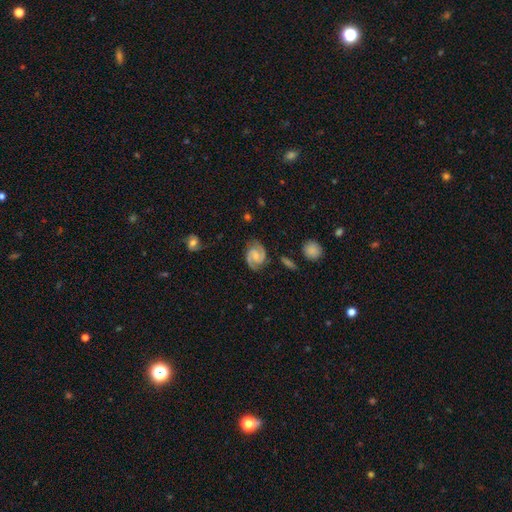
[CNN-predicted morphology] Q: Smooth or featured?
A: featured or disk (87%); runner-up: smooth (7%)
Q: Edge-on disk?
A: no (98%); runner-up: yes (2%)
Q: Bar?
A: weak (46%); runner-up: no (42%)
Q: Spiral arms?
A: yes (98%); runner-up: no (2%)
Q: Spiral winding?
A: medium (53%); runner-up: tight (36%)
Q: Spiral arm count?
A: 2 (93%); runner-up: can't tell (2%)
Q: Bulge size?
A: small (47%); runner-up: moderate (36%)
Q: Merging?
A: none (81%); runner-up: minor disturbance (14%)